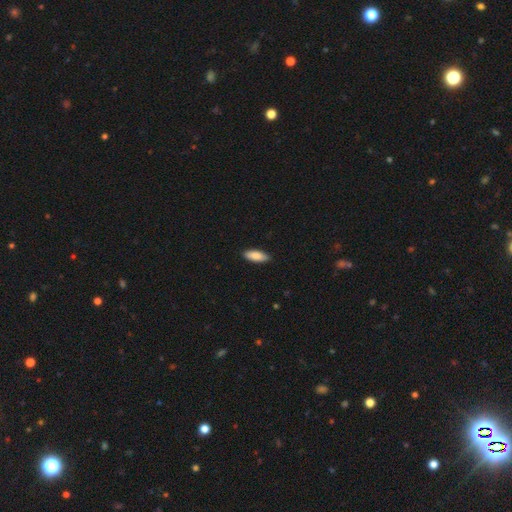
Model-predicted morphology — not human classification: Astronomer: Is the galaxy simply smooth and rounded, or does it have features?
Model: smooth — 87%.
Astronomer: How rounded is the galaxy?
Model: in between — 73%.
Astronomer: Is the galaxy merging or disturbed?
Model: none — 88%.